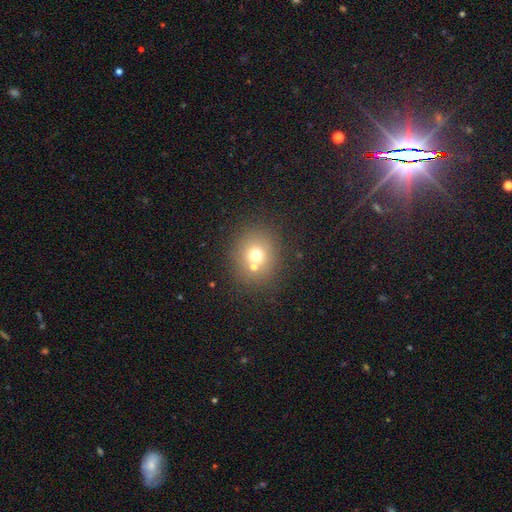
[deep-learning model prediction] Smooth or featured: smooth — 67% (featured or disk — 17%)
How rounded: round — 81% (in between — 18%)
Merging: none — 64% (merger — 23%)